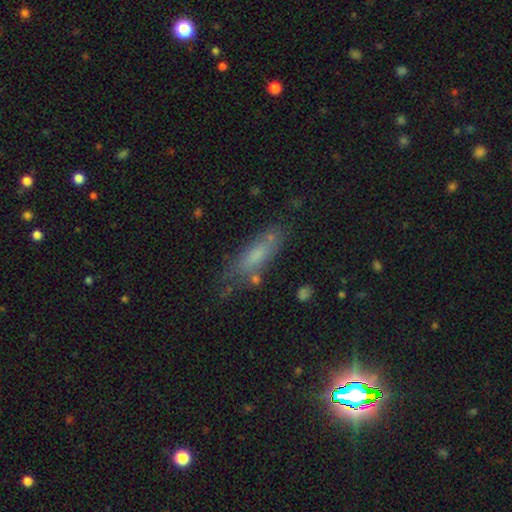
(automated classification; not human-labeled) Overall: smooth (69%). How rounded: cigar-shaped (53%; in between 44%). Merging: none (63%).